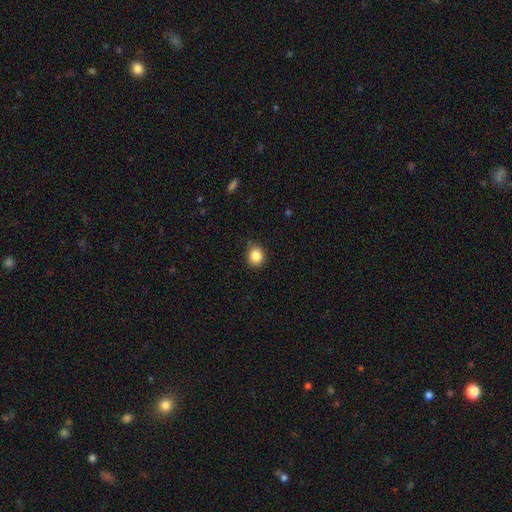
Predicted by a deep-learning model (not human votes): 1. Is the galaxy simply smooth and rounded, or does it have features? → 85% smooth, 10% star or artifact, 5% featured or disk.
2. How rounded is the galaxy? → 77% round, 22% in between, 1% cigar-shaped.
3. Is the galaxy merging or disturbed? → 85% none, 12% minor disturbance, 2% major disturbance, 1% merger.